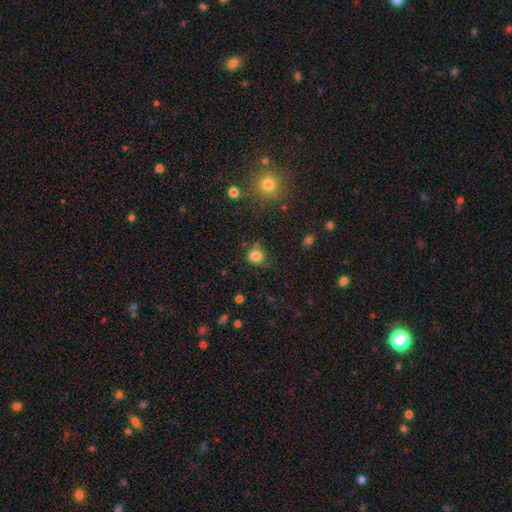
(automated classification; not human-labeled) Morphology: type=smooth (82%); roundness=round (85%); merging=none (69%).